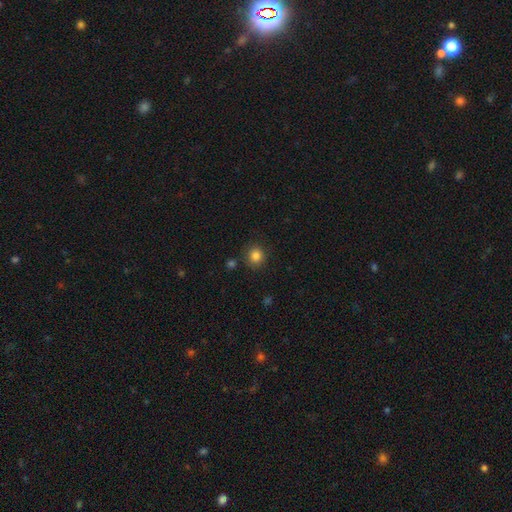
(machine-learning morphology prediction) This appears to be a smooth galaxy with no disk features (83%) that is round (87%). Merging: none (85%).